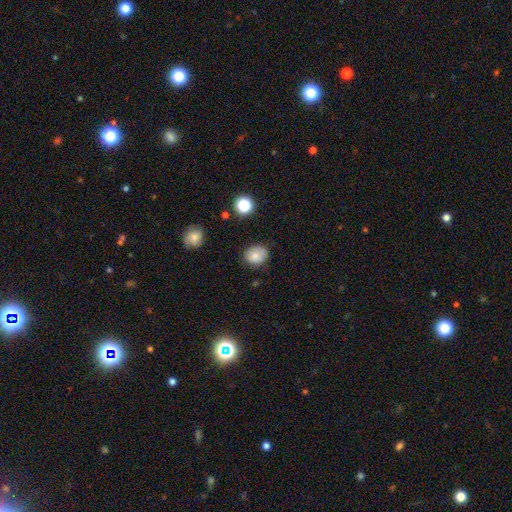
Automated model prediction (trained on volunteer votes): Overall: smooth (81%). How rounded: round (57%; in between 42%). Merging: none (75%).